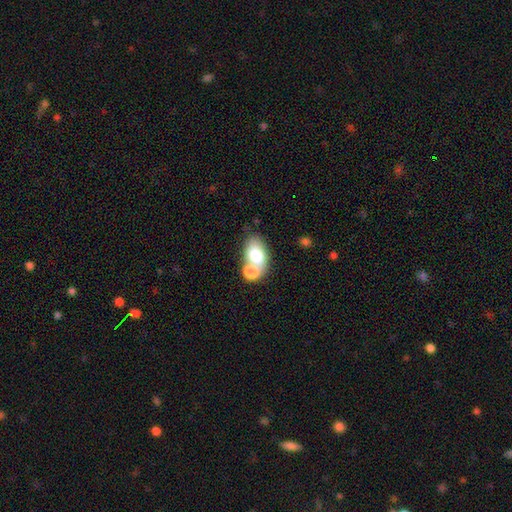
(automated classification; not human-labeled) smooth 72%, featured or disk 20%, star or artifact 8%. Down the decision tree: how rounded — in between (87%); merging — merger (52%).